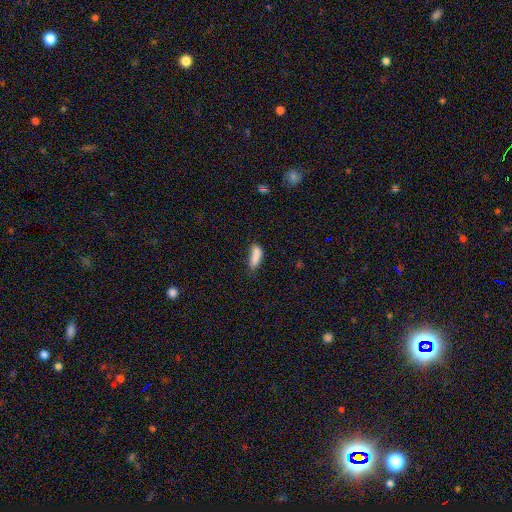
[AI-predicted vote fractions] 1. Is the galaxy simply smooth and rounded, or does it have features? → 83% smooth, 9% featured or disk, 8% star or artifact.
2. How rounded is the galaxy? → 54% in between, 43% cigar-shaped, 2% round.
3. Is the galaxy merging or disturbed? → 53% none, 29% minor disturbance, 10% major disturbance, 8% merger.